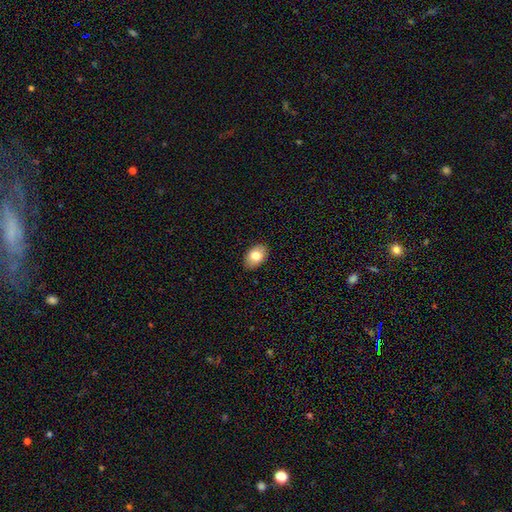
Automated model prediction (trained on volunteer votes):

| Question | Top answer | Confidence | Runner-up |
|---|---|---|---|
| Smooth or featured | smooth | 81% | featured or disk (12%) |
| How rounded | in between | 86% | round (12%) |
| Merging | none | 88% | minor disturbance (9%) |